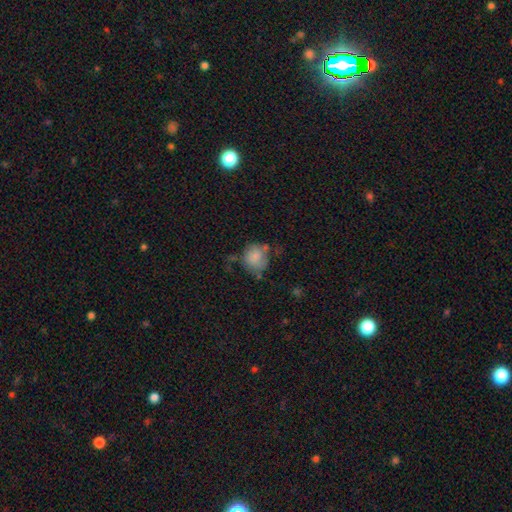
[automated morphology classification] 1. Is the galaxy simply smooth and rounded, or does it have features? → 75% smooth, 14% featured or disk, 11% star or artifact.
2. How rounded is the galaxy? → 79% round, 20% in between, 1% cigar-shaped.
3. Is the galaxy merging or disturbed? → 52% none, 28% minor disturbance, 11% major disturbance, 9% merger.